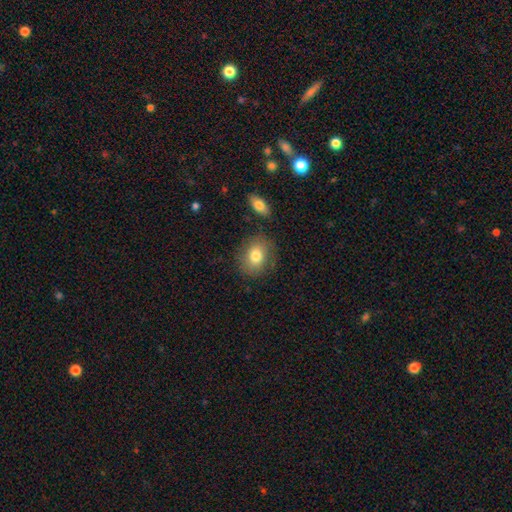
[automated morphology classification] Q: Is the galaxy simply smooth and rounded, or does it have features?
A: smooth — 77%.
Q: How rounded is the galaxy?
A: round — 51%.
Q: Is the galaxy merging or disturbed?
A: none — 80%.